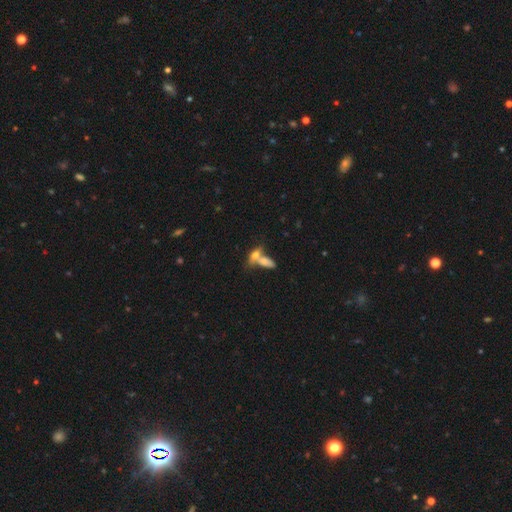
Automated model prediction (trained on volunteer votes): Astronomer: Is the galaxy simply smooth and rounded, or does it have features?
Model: smooth — 65%.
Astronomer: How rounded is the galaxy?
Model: in between — 69%.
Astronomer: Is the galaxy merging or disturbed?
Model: merger — 58%.